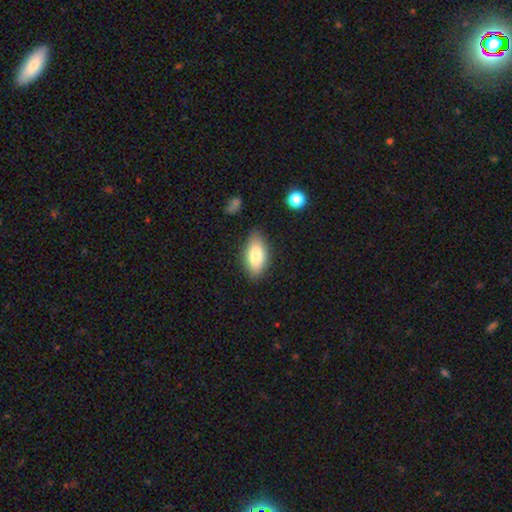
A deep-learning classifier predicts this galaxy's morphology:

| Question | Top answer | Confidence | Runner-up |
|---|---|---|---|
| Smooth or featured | smooth | 80% | featured or disk (13%) |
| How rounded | in between | 89% | cigar-shaped (7%) |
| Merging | none | 82% | minor disturbance (13%) |